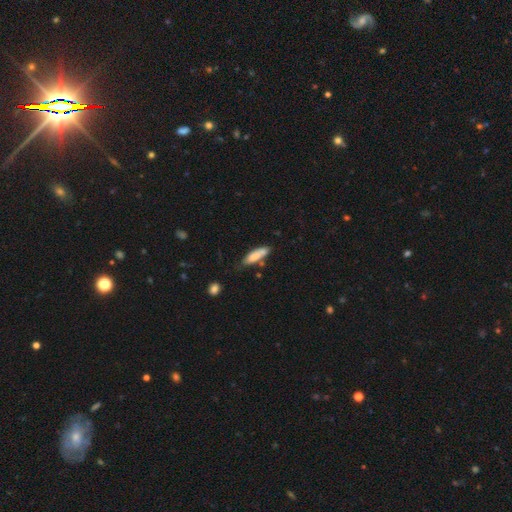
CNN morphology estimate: Overall: smooth (78%). How rounded: cigar-shaped (59%; in between 40%). Merging: none (57%; minor disturbance 25%).